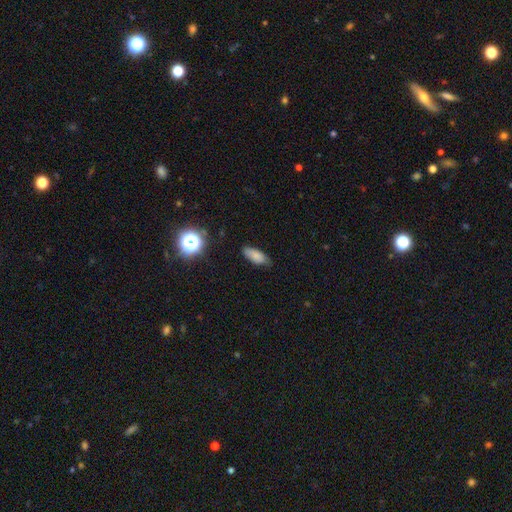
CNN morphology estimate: Overall: smooth (79%). How rounded: in between (75%). Merging: none (74%).